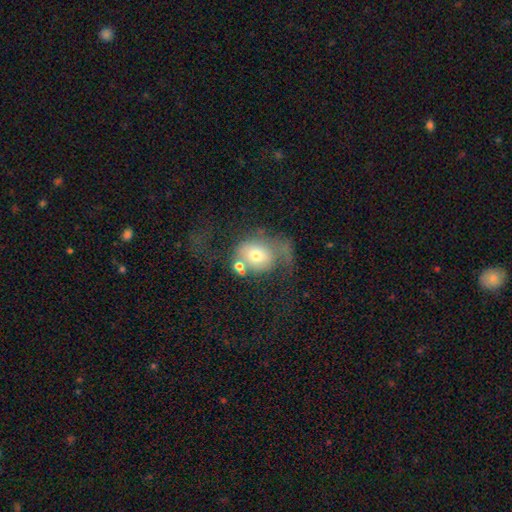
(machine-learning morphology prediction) Smooth or featured? smooth (51%)
How rounded? round (59%)
Merging? major disturbance (43%)